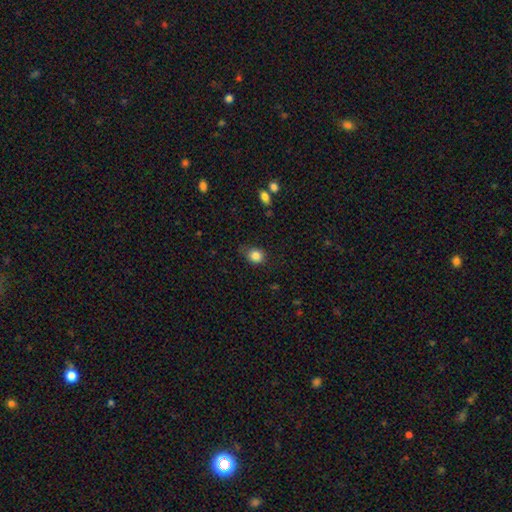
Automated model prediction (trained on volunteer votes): Smooth or featured?
  - smooth: 84% *
  - star or artifact: 10%
  - featured or disk: 5%
How rounded?
  - round: 69% *
  - in between: 30%
  - cigar-shaped: 1%
Merging?
  - none: 70% *
  - minor disturbance: 23%
  - major disturbance: 5%
  - merger: 2%